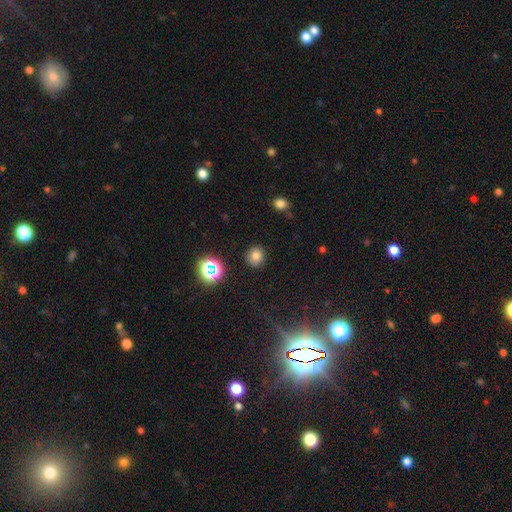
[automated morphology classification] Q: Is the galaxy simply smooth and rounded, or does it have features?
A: smooth — 76%.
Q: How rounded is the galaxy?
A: round — 84%.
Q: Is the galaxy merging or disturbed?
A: none — 88%.